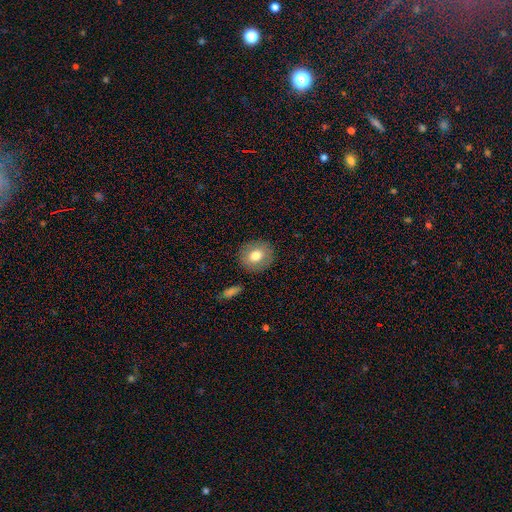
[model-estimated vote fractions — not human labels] Smooth or featured? Predicted: smooth (p=0.75). How rounded? Predicted: round (p=0.79). Merging? Predicted: none (p=0.87).